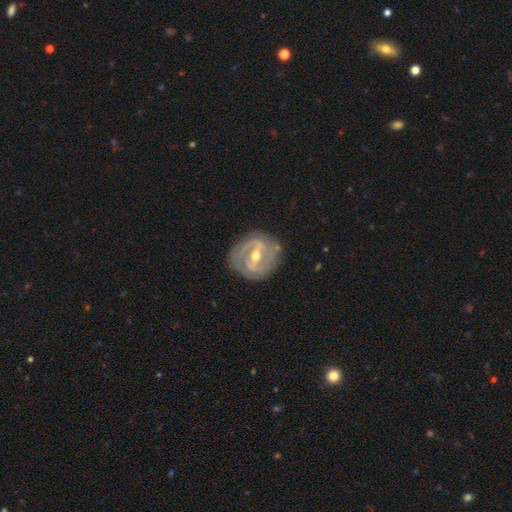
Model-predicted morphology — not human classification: A featured or disk galaxy (85%) with a strong bar (46%), 2 (65%) tight (57%) spiral arms (87%) and a moderate central bulge (67%). Merging: none (78%).